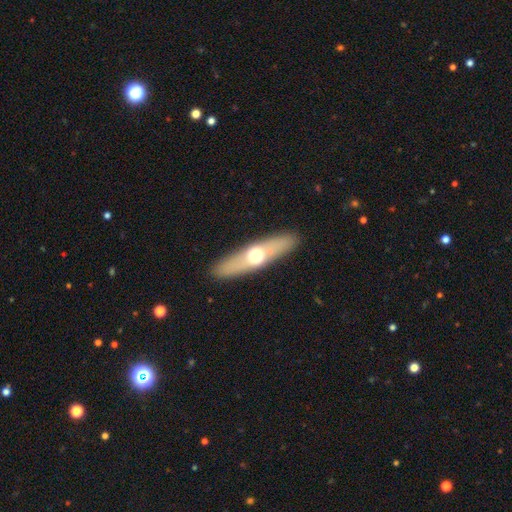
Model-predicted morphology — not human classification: smooth-or-featured: featured or disk: 47% | smooth: 46% | star or artifact: 6%
  merging: none: 88% | minor disturbance: 8% | major disturbance: 2% | merger: 1%